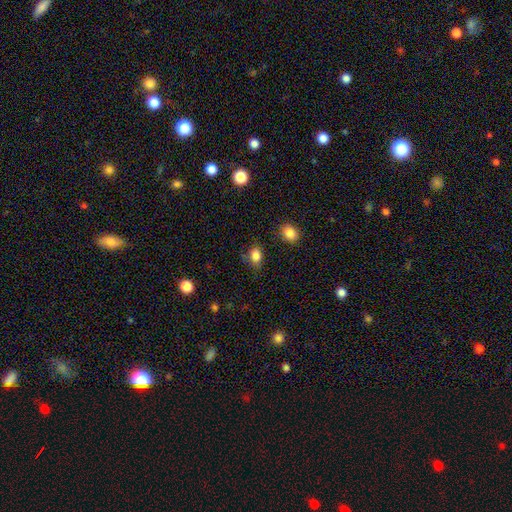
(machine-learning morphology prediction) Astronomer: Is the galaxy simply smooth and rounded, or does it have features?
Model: smooth — 84%.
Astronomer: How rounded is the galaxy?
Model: in between — 69%.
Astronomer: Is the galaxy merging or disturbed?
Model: none — 71%.